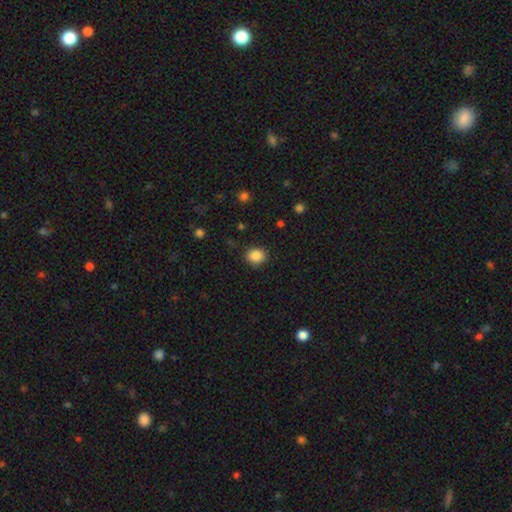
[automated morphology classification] Q: Smooth or featured?
A: smooth (86%); runner-up: star or artifact (10%)
Q: How rounded?
A: round (67%); runner-up: in between (32%)
Q: Merging?
A: none (84%); runner-up: minor disturbance (11%)